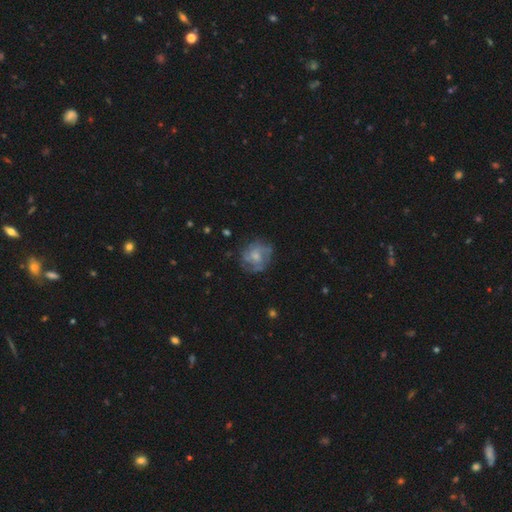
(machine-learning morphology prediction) This is likely a featured or disk galaxy (66%). It is clearly not viewed edge-on (98%). Bar: likely no (68%). Spiral arm pattern: clearly yes (80%). Spiral arm count: marginally can't tell (36%). Spiral winding: marginally medium (43%). Central bulge: possibly small (46%). Merging: likely none (68%).